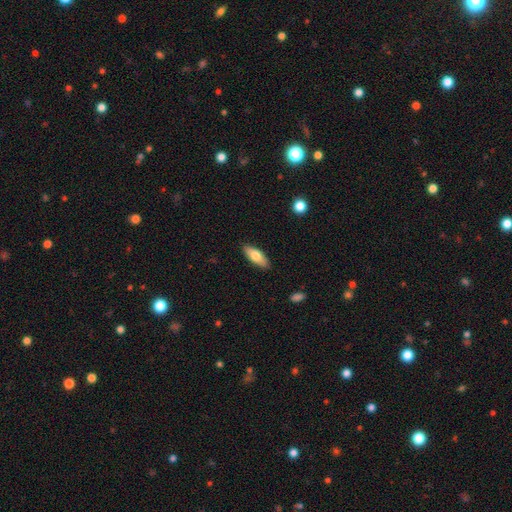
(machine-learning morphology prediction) smooth-or-featured: smooth: 72% | featured or disk: 22% | star or artifact: 6%
  how-rounded: in between: 73% | cigar-shaped: 24% | round: 2%
  merging: none: 88% | minor disturbance: 9% | major disturbance: 2% | merger: 1%